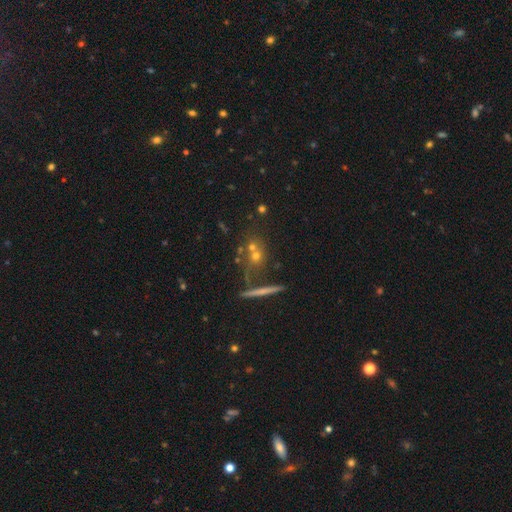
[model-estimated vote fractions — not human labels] The model was most divided on "smooth or featured": smooth: 44%, featured or disk: 35%, star or artifact: 21%. More confident: merging — none (56%).